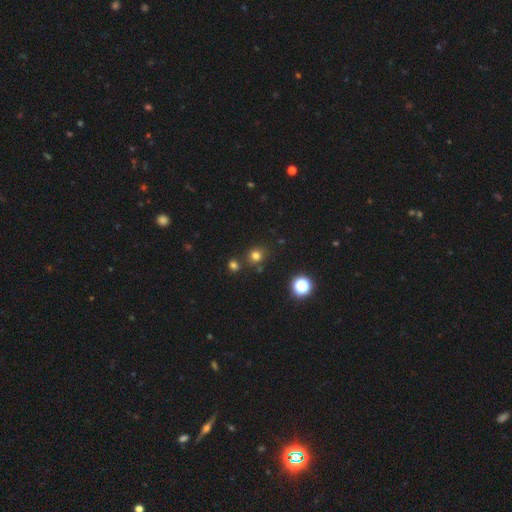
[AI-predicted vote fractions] Smooth or featured: smooth — 74% (star or artifact — 20%)
How rounded: round — 86% (in between — 13%)
Merging: none — 80% (merger — 9%)